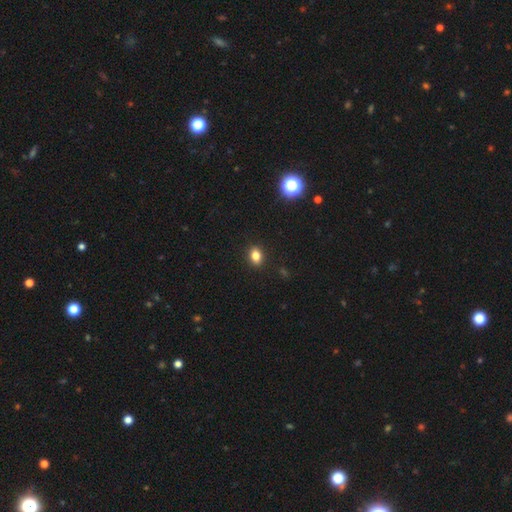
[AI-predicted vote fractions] This is clearly a smooth galaxy (81%). How rounded: likely in between (65%). Merging: clearly none (90%).